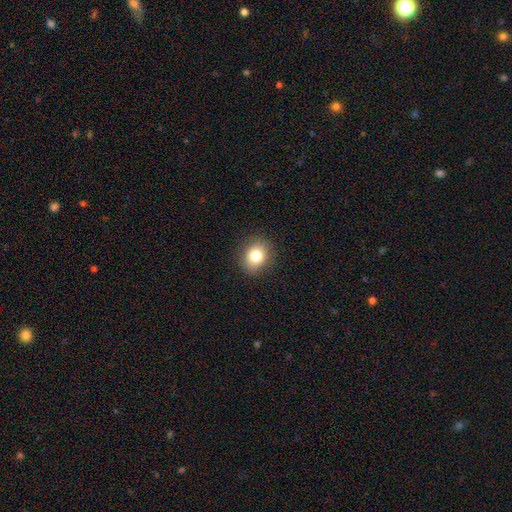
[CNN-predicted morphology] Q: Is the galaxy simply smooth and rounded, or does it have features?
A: smooth — 80%.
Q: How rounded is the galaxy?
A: round — 63%.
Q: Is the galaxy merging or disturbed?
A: none — 88%.